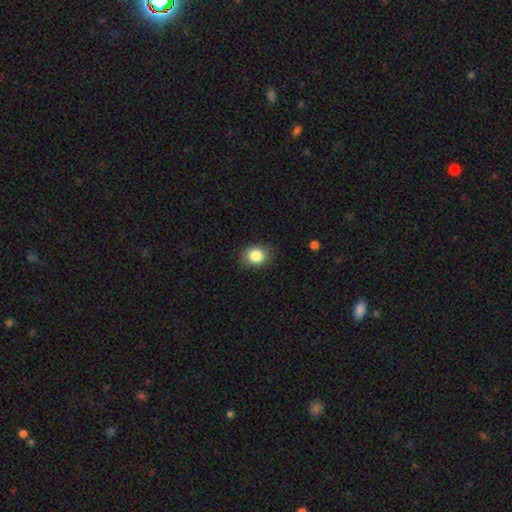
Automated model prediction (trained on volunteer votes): The model was most divided on "how rounded": round: 62%, in between: 37%, cigar-shaped: 1%. More confident: merging — none (86%); smooth or featured — smooth (85%).